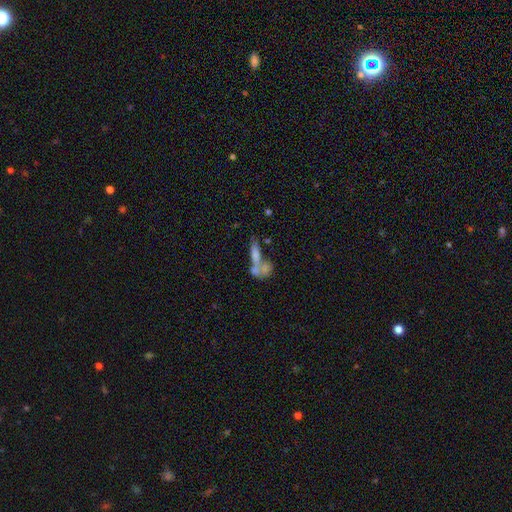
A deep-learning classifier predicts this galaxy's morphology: A smooth galaxy with no disk features (47%). Merging: merger (56%).